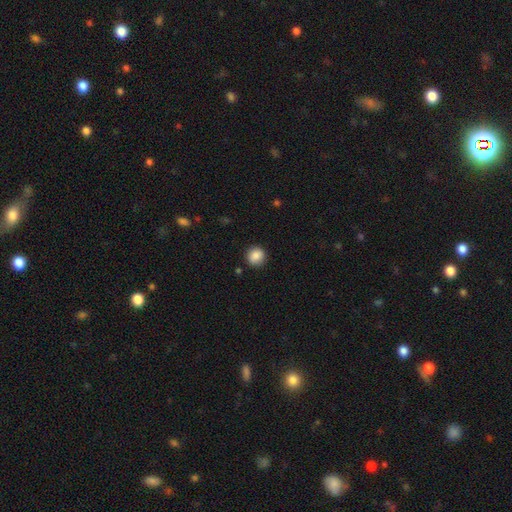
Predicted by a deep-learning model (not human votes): Smooth or featured? smooth (88%)
How rounded? round (89%)
Merging? none (89%)